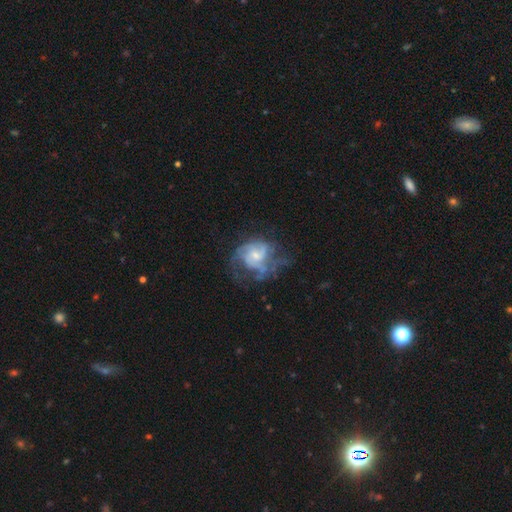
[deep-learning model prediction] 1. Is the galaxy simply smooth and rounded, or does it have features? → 72% featured or disk, 20% smooth, 8% star or artifact.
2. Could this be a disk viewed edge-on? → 98% no, 2% yes.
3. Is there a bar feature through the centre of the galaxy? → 67% no, 28% weak, 4% strong.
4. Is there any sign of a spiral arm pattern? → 75% yes, 25% no.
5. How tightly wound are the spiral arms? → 43% medium, 30% tight, 27% loose.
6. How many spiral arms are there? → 39% can't tell, 24% 2, 20% 3, 7% 4, 6% 1, 4% more than 4.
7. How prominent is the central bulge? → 53% small, 36% moderate, 7% none, 4% large, 1% dominant.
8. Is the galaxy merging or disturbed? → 38% none, 36% major disturbance, 23% minor disturbance, 3% merger.